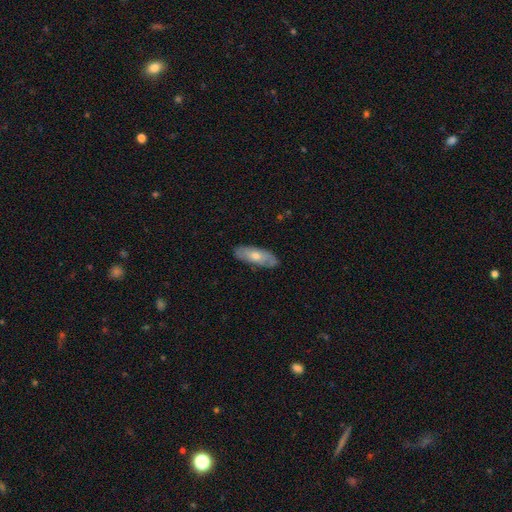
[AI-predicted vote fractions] Smooth or featured? Predicted: smooth (p=0.49). Merging? Predicted: none (p=0.84).